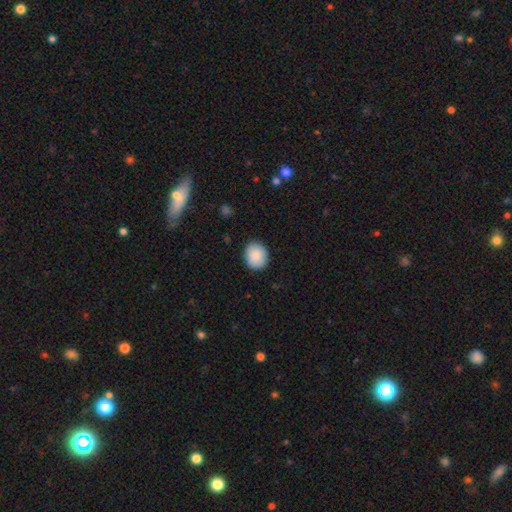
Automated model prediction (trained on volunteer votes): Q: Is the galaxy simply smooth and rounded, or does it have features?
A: smooth — 89%.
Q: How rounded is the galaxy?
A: round — 67%.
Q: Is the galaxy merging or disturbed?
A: none — 89%.